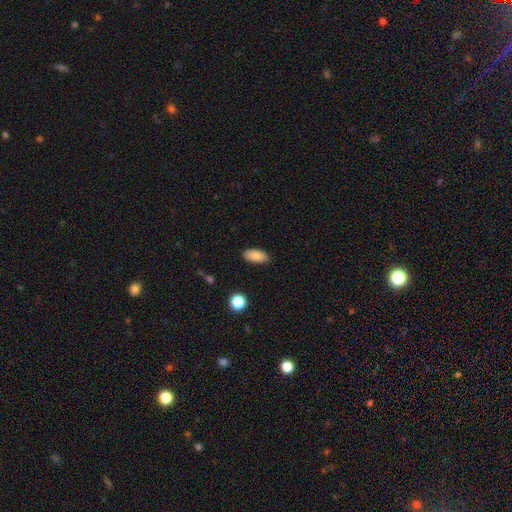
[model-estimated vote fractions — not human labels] The model was most divided on "merging": none: 87%, minor disturbance: 10%, major disturbance: 2%, merger: 1%. More confident: how rounded — in between (90%); smooth or featured — smooth (86%).